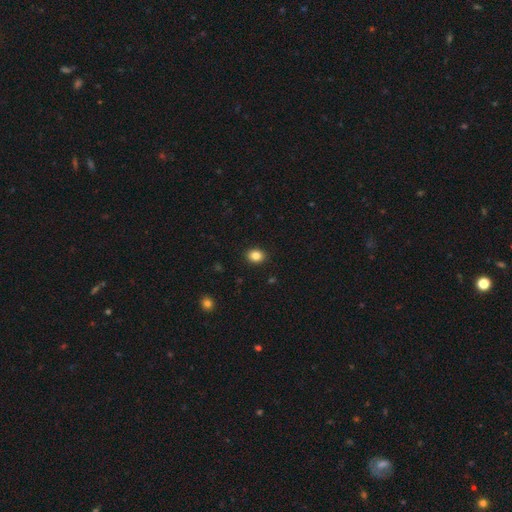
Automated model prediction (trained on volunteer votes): smooth_or_featured: smooth (p=0.85) [alt: star or artifact p=0.10]
how_rounded: in between (p=0.50) [alt: round p=0.49]
merging: none (p=0.91) [alt: minor disturbance p=0.06]